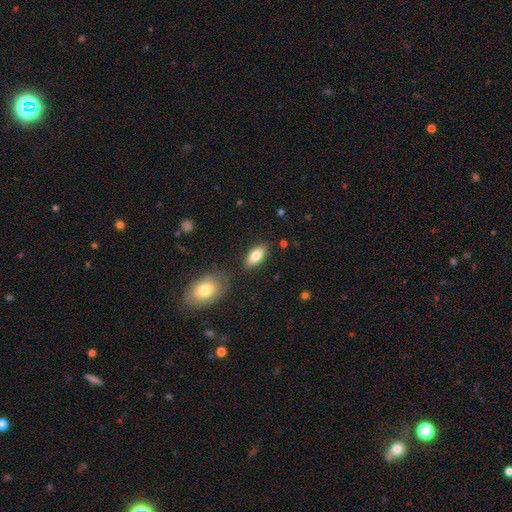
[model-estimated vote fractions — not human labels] Smooth or featured? smooth (76%)
How rounded? in between (85%)
Merging? none (83%)